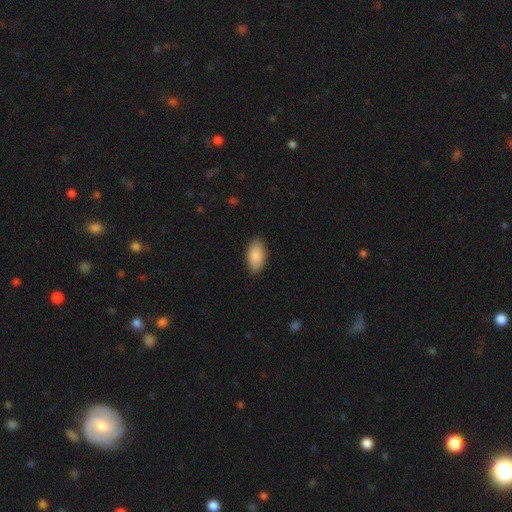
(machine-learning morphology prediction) This is clearly a smooth galaxy (88%). How rounded: clearly in between (94%). Merging: clearly none (86%).